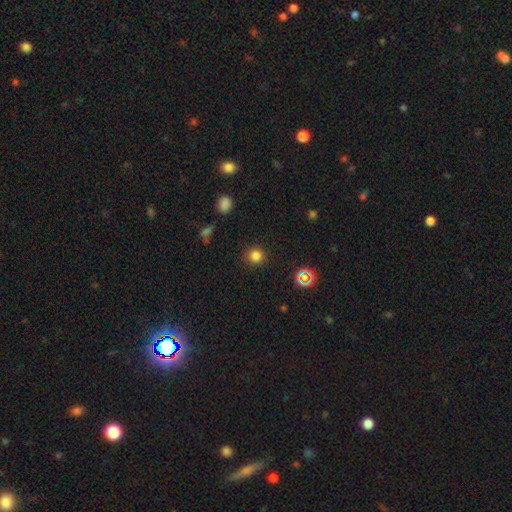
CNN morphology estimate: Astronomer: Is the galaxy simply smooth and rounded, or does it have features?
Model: smooth — 80%.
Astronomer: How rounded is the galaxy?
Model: round — 92%.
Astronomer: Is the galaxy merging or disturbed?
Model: none — 89%.